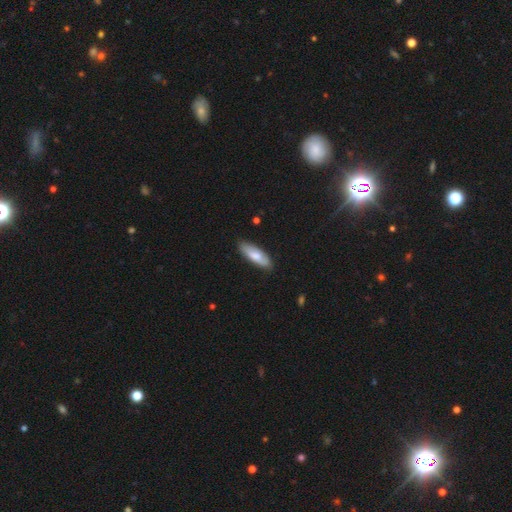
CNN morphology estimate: smooth-or-featured: smooth: 75% | featured or disk: 19% | star or artifact: 5%
  how-rounded: in between: 55% | cigar-shaped: 43% | round: 2%
  merging: none: 85% | minor disturbance: 12% | major disturbance: 2% | merger: 1%